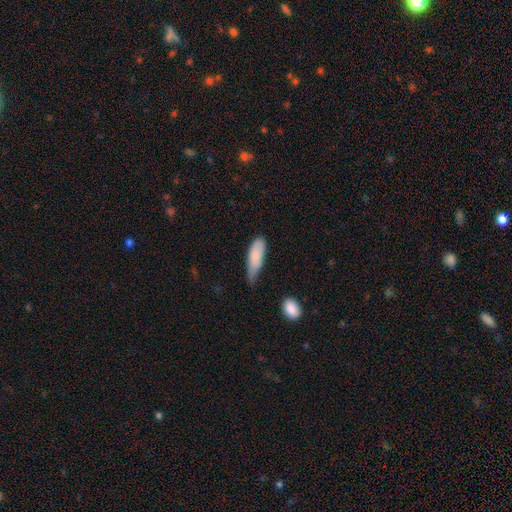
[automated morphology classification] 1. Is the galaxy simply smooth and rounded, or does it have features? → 83% smooth, 11% featured or disk, 6% star or artifact.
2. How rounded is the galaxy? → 60% in between, 37% cigar-shaped, 2% round.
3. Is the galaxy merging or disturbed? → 51% minor disturbance, 33% none, 13% major disturbance, 3% merger.